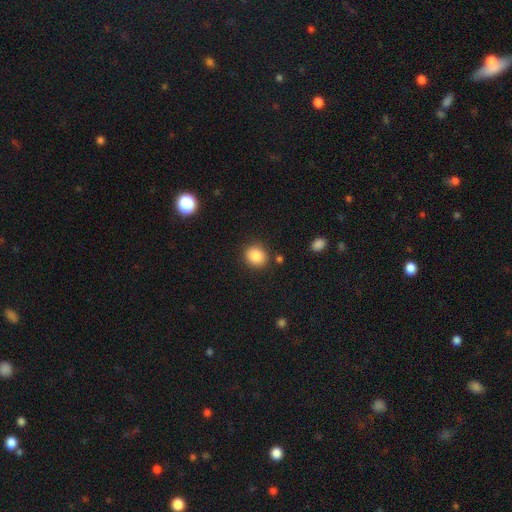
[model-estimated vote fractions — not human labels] smooth_or_featured: smooth (p=0.86) [alt: star or artifact p=0.09]
how_rounded: round (p=0.76) [alt: in between p=0.23]
merging: none (p=0.85) [alt: minor disturbance p=0.09]